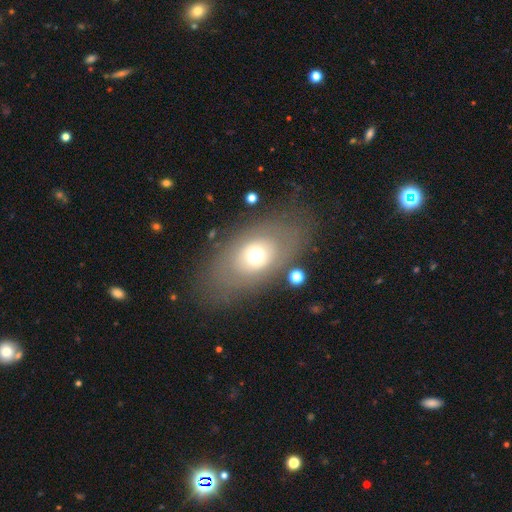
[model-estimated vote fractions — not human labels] smooth_or_featured: smooth (p=0.54) [alt: featured or disk p=0.35]
how_rounded: in between (p=0.81) [alt: round p=0.17]
merging: none (p=0.75) [alt: minor disturbance p=0.13]